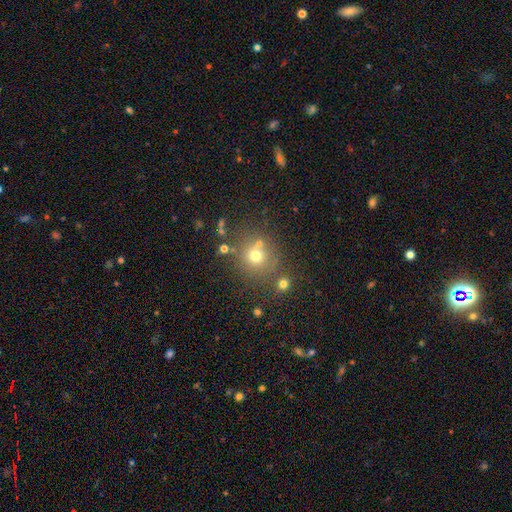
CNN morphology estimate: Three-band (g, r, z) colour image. It shows a smooth galaxy with no disk features (67%) that is round (91%). Merging: none (70%).